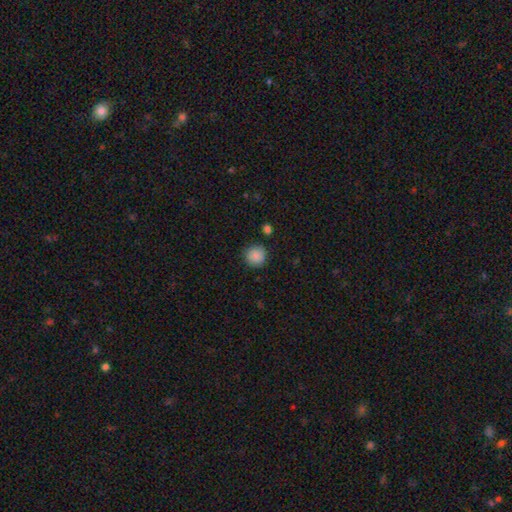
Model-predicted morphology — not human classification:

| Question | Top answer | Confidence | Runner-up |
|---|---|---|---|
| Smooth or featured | smooth | 88% | star or artifact (9%) |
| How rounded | round | 92% | in between (7%) |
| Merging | none | 86% | minor disturbance (9%) |